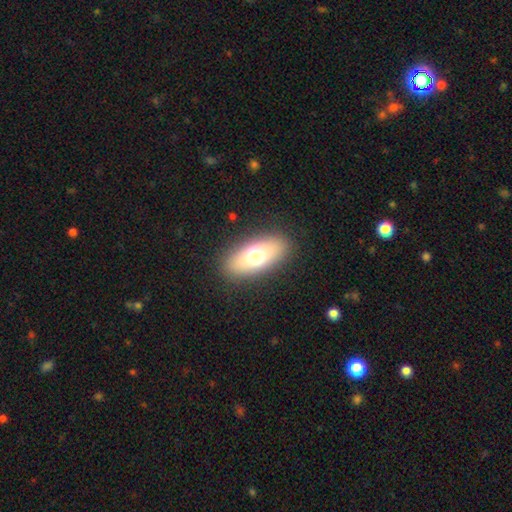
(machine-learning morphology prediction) Smooth or featured?
  - smooth: 68% *
  - featured or disk: 22%
  - star or artifact: 10%
How rounded?
  - in between: 81% *
  - cigar-shaped: 13%
  - round: 7%
Merging?
  - none: 87% *
  - minor disturbance: 8%
  - major disturbance: 4%
  - merger: 1%